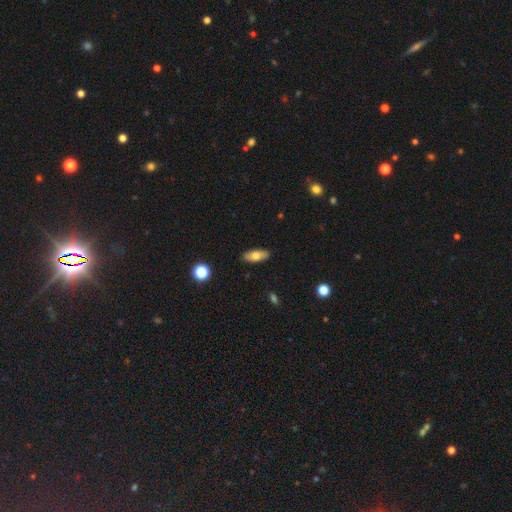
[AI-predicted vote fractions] Morphology: type=smooth (70%); roundness=in between (78%); merging=none (88%).